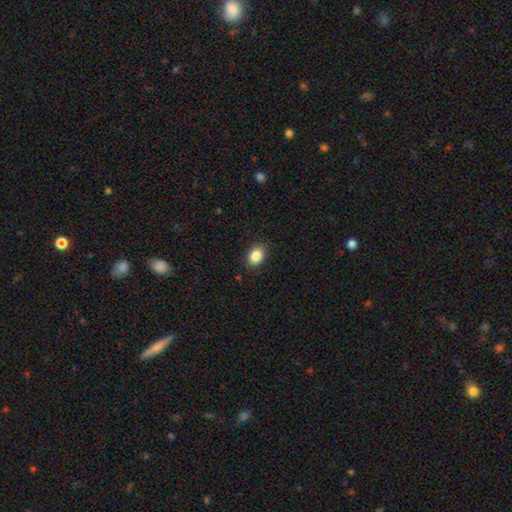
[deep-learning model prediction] Smooth or featured: smooth — 88% (star or artifact — 8%)
How rounded: in between — 79% (round — 19%)
Merging: none — 88% (minor disturbance — 9%)